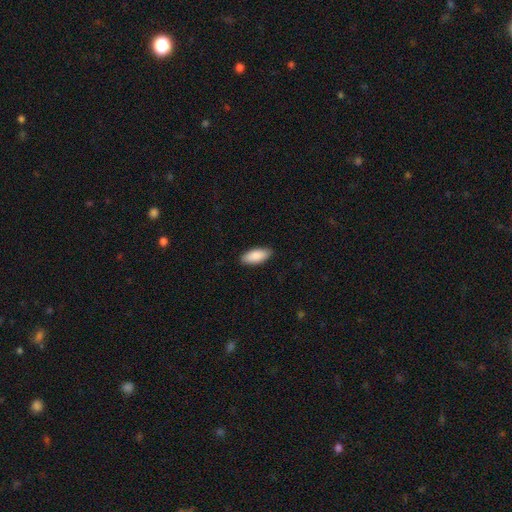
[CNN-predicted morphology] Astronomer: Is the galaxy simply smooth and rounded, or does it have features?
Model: smooth — 89%.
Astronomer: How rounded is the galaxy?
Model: in between — 88%.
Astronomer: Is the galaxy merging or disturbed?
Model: none — 88%.